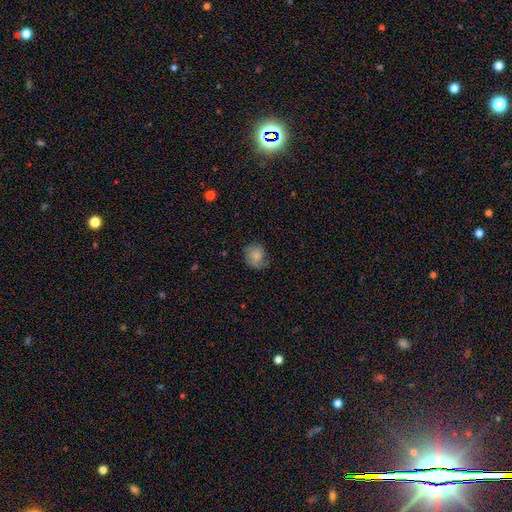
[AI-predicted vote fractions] Overall: smooth (69%). How rounded: round (74%). Merging: none (69%).